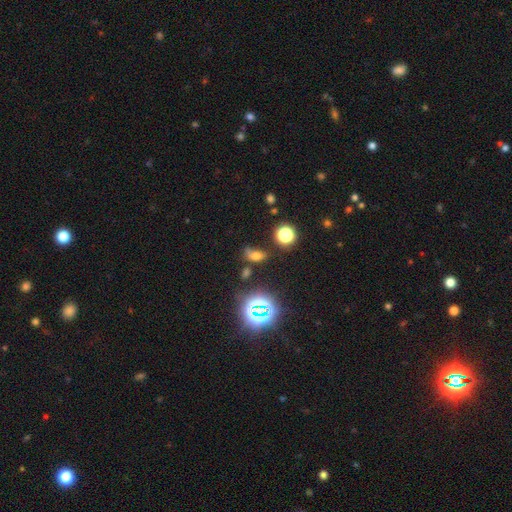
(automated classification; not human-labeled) Smooth or featured: smooth — 56% (star or artifact — 30%)
How rounded: in between — 76% (round — 17%)
Merging: none — 49% (minor disturbance — 24%)